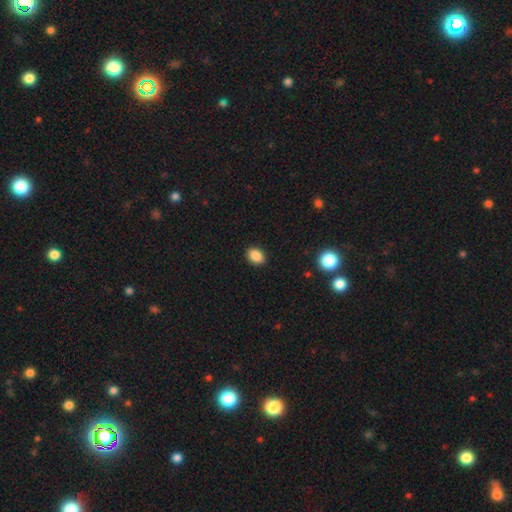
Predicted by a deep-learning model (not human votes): Morphology: type=smooth (87%); roundness=in between (71%); merging=none (90%).